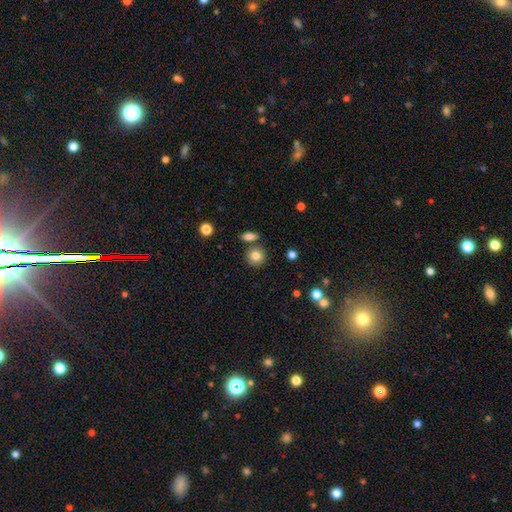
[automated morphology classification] Smooth or featured? Predicted: smooth (p=0.82). How rounded? Predicted: round (p=0.87). Merging? Predicted: none (p=0.78).